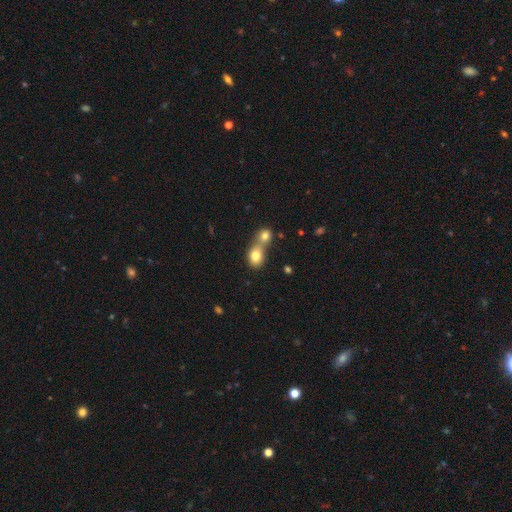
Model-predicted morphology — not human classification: Smooth or featured? Predicted: smooth (p=0.77). How rounded? Predicted: round (p=0.55). Merging? Predicted: merger (p=0.67).